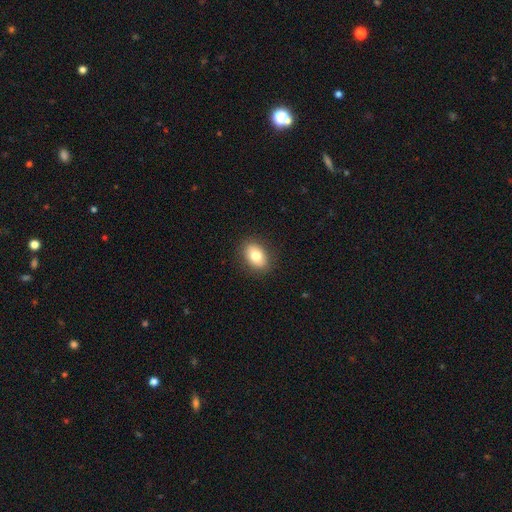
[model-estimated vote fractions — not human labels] Smooth or featured? Predicted: smooth (p=0.78). How rounded? Predicted: in between (p=0.80). Merging? Predicted: none (p=0.88).